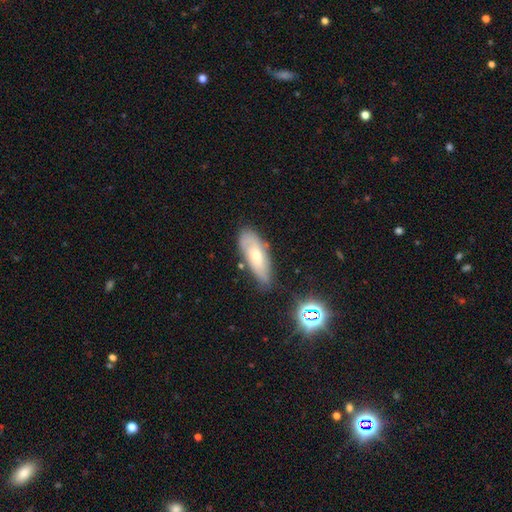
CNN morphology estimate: Overall: smooth (50%; featured or disk 39%). How rounded: in between (69%). Merging: none (68%).